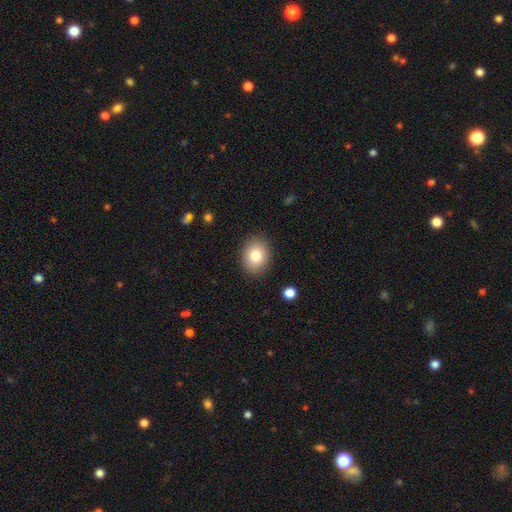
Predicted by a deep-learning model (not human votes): Smooth or featured?
  - smooth: 81% *
  - featured or disk: 10%
  - star or artifact: 9%
How rounded?
  - in between: 57% *
  - round: 42%
  - cigar-shaped: 1%
Merging?
  - none: 88% *
  - minor disturbance: 9%
  - major disturbance: 2%
  - merger: 1%